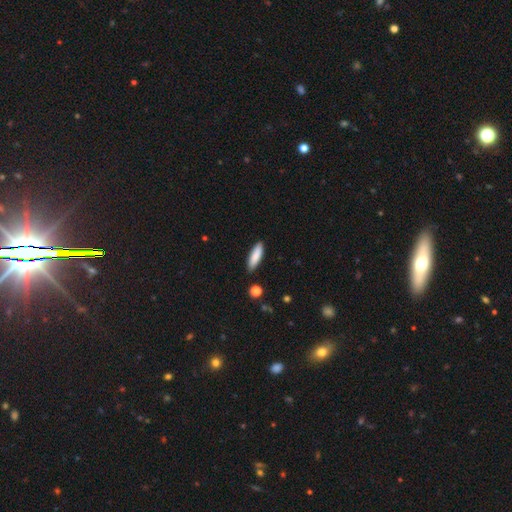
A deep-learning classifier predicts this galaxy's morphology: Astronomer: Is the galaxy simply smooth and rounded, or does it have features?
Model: smooth — 86%.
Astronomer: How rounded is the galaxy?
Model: cigar-shaped — 59% (runner-up: in between, 40%).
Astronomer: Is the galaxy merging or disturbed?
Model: none — 87%.